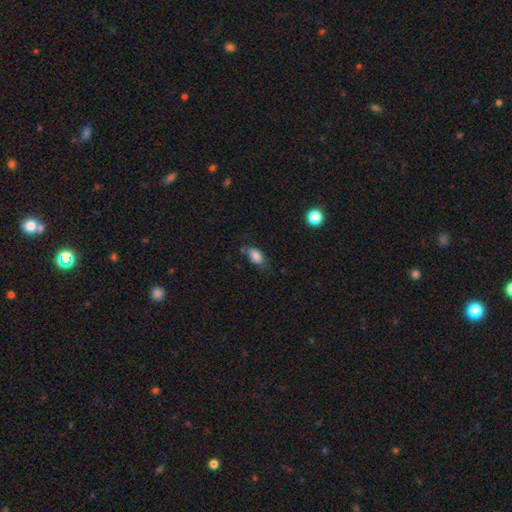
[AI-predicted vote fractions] A smooth galaxy with no disk features (82%) that is in between round and cigar-shaped (89%).

Vote fractions:
- Smooth or featured? smooth: 82% / star or artifact: 9% / featured or disk: 9%
- How rounded? in between: 89% / round: 6% / cigar-shaped: 5%
- Merging? none: 60% / minor disturbance: 27% / major disturbance: 8% / merger: 5%